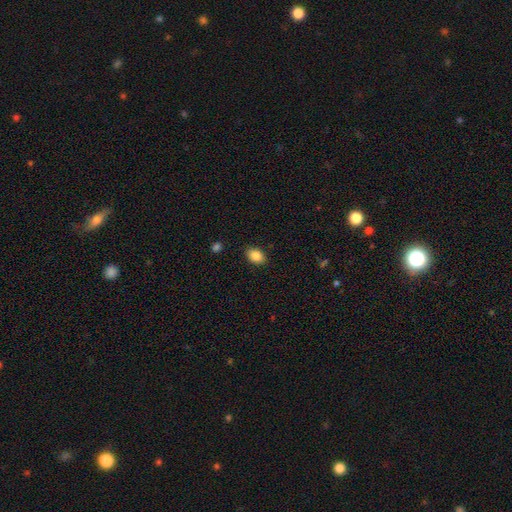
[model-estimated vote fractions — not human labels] smooth 86%, star or artifact 8%, featured or disk 5%. Down the decision tree: how rounded — in between (79%); merging — none (87%).